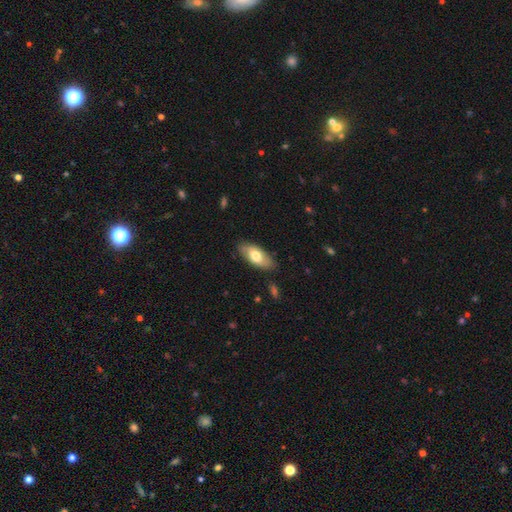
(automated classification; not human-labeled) A smooth galaxy with no disk features (69%) that is in between round and cigar-shaped (88%).

Vote fractions:
- Smooth or featured? smooth: 69% / featured or disk: 26% / star or artifact: 6%
- How rounded? in between: 88% / cigar-shaped: 9% / round: 2%
- Merging? none: 83% / minor disturbance: 13% / major disturbance: 2% / merger: 1%